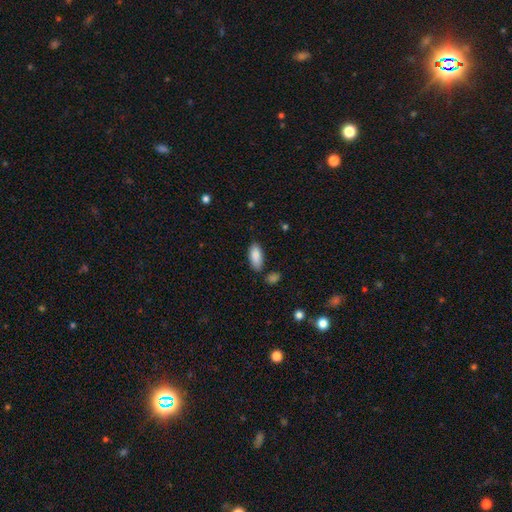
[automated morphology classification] Smooth or featured? Predicted: smooth (p=0.88). How rounded? Predicted: in between (p=0.87). Merging? Predicted: none (p=0.78).